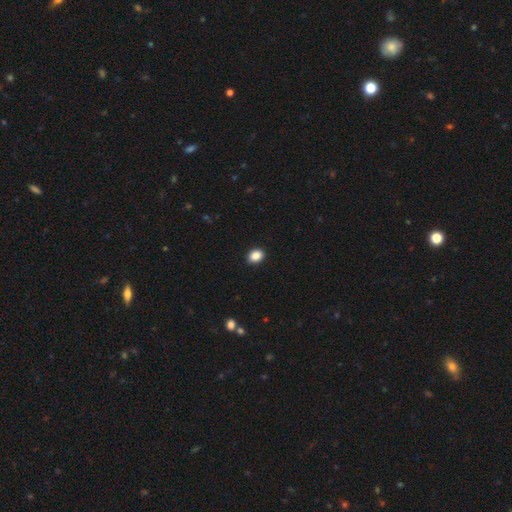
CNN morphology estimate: This appears to be a smooth galaxy with no disk features (88%) that is in between round and cigar-shaped (65%). Merging: none (91%).